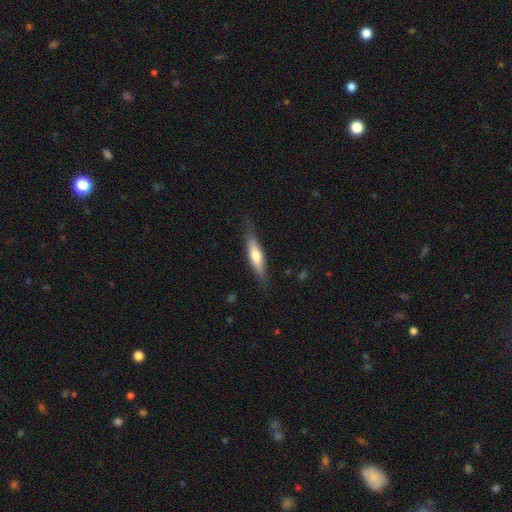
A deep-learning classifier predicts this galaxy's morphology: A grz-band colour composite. It shows a smooth galaxy with no disk features (56%) that is cigar-shaped (73%). Merging: none (78%).